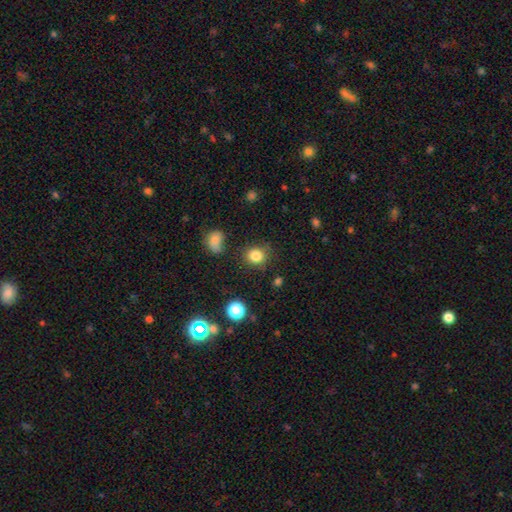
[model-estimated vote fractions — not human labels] The model was most divided on "how rounded": round: 80%, in between: 19%, cigar-shaped: 1%. More confident: smooth or featured — smooth (83%); merging — none (80%).